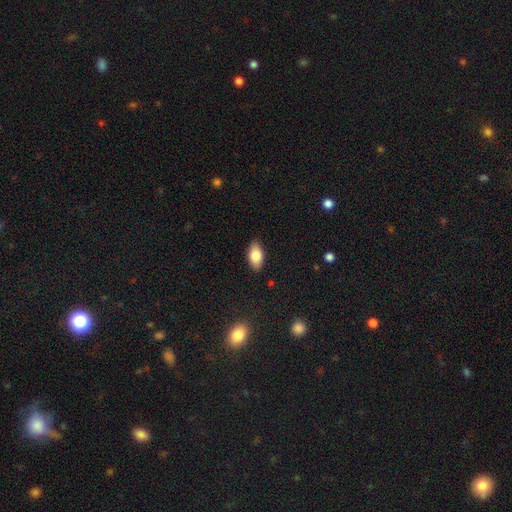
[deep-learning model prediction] smooth-or-featured: smooth: 81% | featured or disk: 12% | star or artifact: 7%
  how-rounded: in between: 91% | round: 5% | cigar-shaped: 4%
  merging: none: 87% | minor disturbance: 10% | major disturbance: 2% | merger: 1%